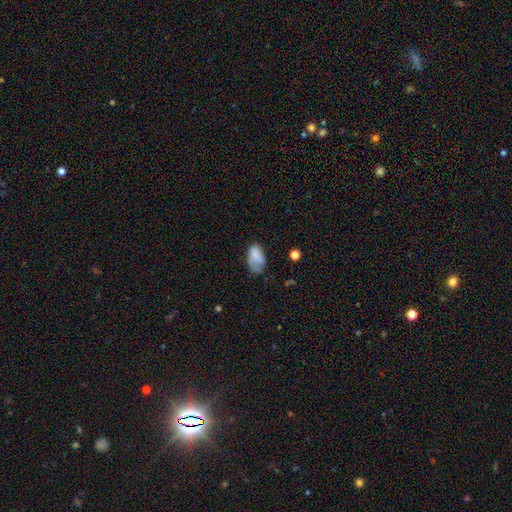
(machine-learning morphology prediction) Smooth or featured? smooth (74%)
How rounded? in between (92%)
Merging? none (38%)